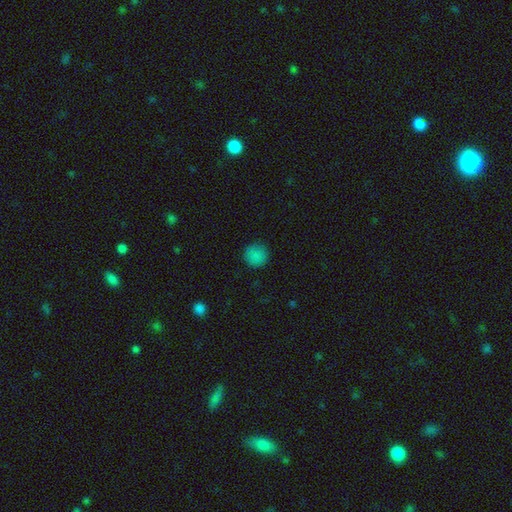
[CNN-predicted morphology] Q: Smooth or featured?
A: smooth (84%); runner-up: star or artifact (13%)
Q: How rounded?
A: round (94%); runner-up: in between (5%)
Q: Merging?
A: none (88%); runner-up: minor disturbance (8%)